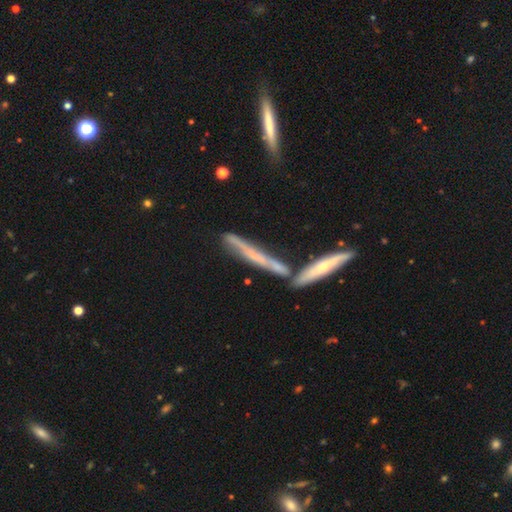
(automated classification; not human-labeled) The model was most divided on "smooth or featured": featured or disk: 56%, smooth: 35%, star or artifact: 9%. More confident: edge-on disk — yes (87%); merging — none (58%).